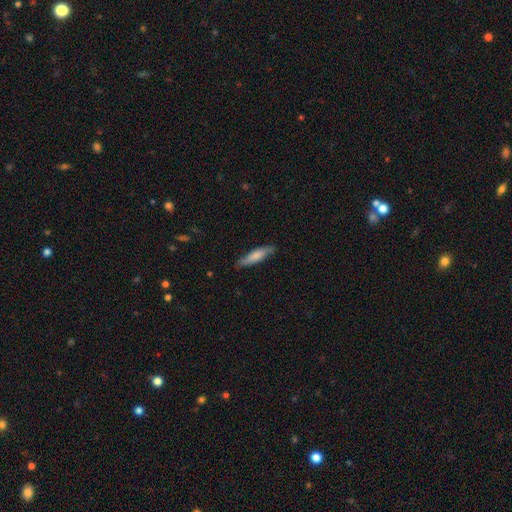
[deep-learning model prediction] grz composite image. It shows a smooth galaxy with no disk features (72%) that is cigar-shaped (80%). Merging: none (81%).